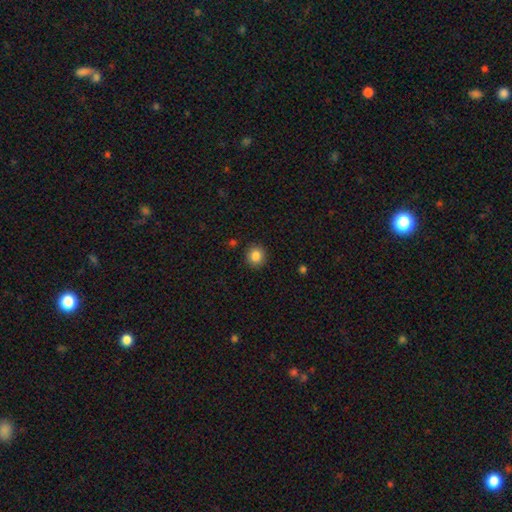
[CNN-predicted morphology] smooth_or_featured: smooth (p=0.85) [alt: star or artifact p=0.10]
how_rounded: round (p=0.90) [alt: in between p=0.09]
merging: none (p=0.91) [alt: minor disturbance p=0.06]